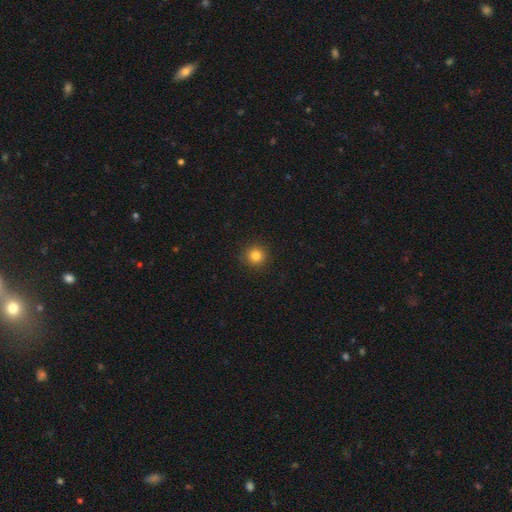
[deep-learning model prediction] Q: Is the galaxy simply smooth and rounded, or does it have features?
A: smooth — 82%.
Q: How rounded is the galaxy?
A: round — 95%.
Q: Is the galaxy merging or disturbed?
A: none — 91%.